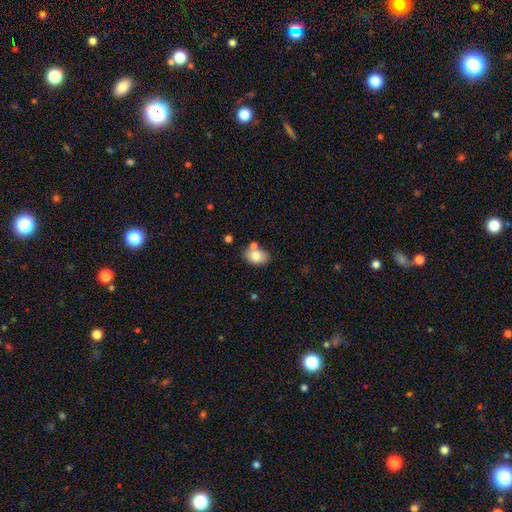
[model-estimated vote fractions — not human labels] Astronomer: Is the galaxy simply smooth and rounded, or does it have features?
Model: smooth — 79%.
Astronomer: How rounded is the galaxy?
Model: in between — 79%.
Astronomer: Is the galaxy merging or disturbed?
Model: none — 64%.